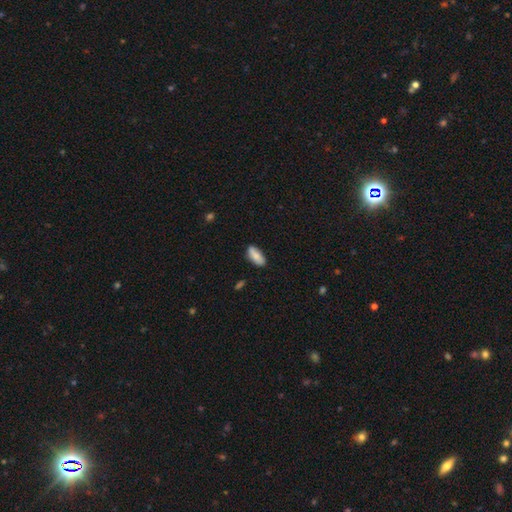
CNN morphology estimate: Smooth or featured? Predicted: smooth (p=0.82). How rounded? Predicted: in between (p=0.83). Merging? Predicted: none (p=0.82).